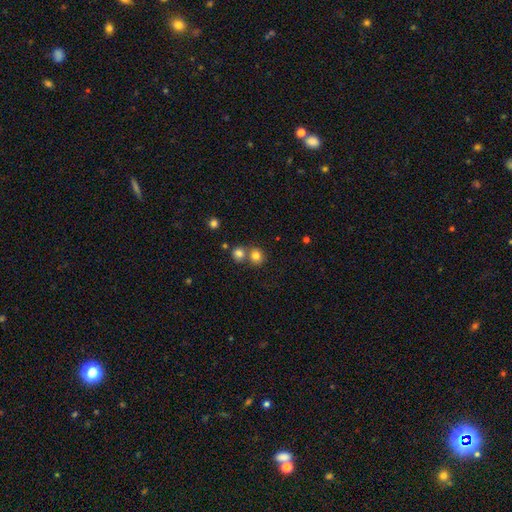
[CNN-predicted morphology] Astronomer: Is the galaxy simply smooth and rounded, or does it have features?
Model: smooth — 80%.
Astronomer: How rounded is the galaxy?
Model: round — 87%.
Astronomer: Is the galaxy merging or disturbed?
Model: none — 58%.